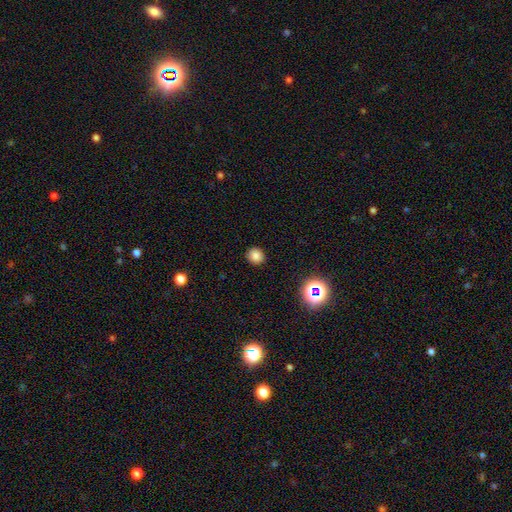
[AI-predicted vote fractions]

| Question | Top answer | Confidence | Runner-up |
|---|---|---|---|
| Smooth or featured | smooth | 82% | star or artifact (14%) |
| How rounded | round | 84% | in between (15%) |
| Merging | none | 90% | minor disturbance (6%) |